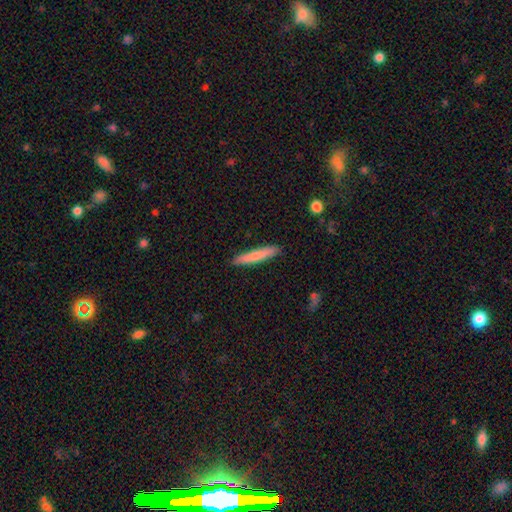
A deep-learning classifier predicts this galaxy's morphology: Smooth or featured: smooth — 73% (featured or disk — 21%)
How rounded: cigar-shaped — 93% (in between — 5%)
Merging: none — 89% (minor disturbance — 8%)